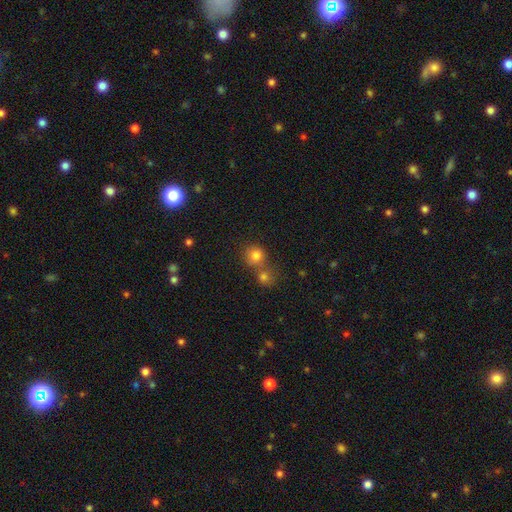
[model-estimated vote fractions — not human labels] smooth_or_featured: smooth (p=0.79) [alt: star or artifact p=0.14]
how_rounded: round (p=0.85) [alt: in between p=0.14]
merging: none (p=0.50) [alt: merger p=0.39]